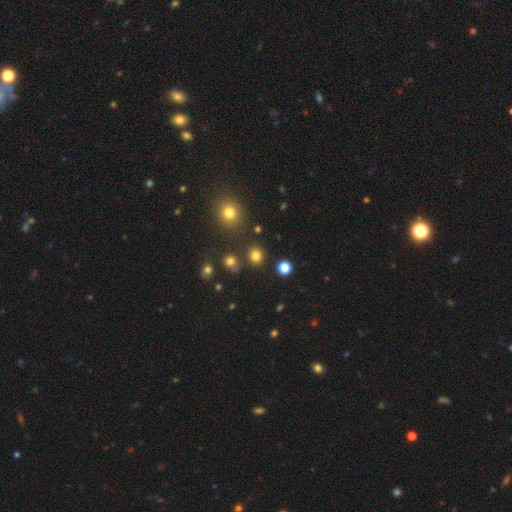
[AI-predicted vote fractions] smooth 79%, star or artifact 16%, featured or disk 5%. Down the decision tree: how rounded — round (79%); merging — none (84%).